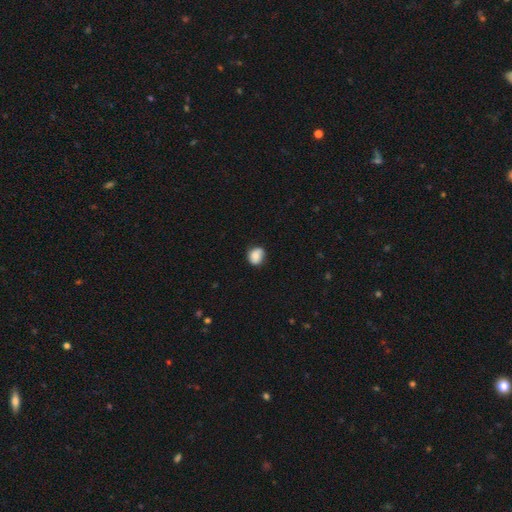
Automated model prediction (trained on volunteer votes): A smooth galaxy with no disk features (73%) that is round (63%). Merging: none (73%).